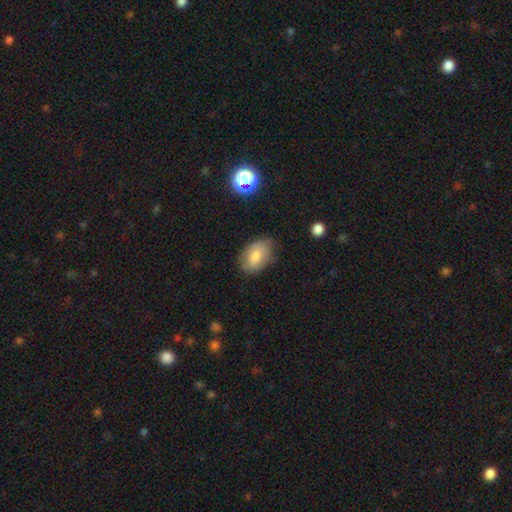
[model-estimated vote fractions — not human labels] Q: Smooth or featured?
A: smooth (75%); runner-up: featured or disk (16%)
Q: How rounded?
A: in between (88%); runner-up: round (10%)
Q: Merging?
A: none (68%); runner-up: minor disturbance (26%)